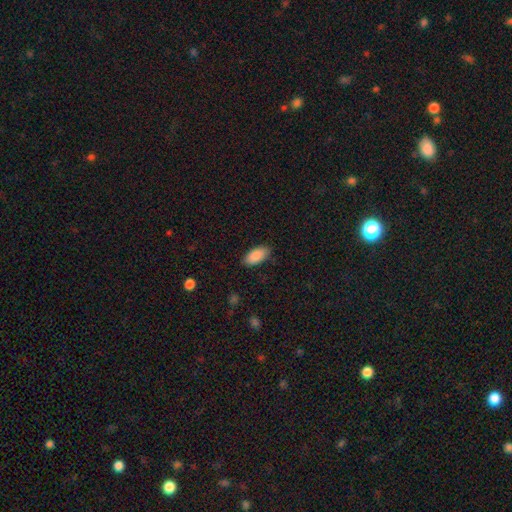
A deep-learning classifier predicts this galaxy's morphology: This is clearly a smooth galaxy (89%). How rounded: clearly in between (92%). Merging: clearly none (85%).